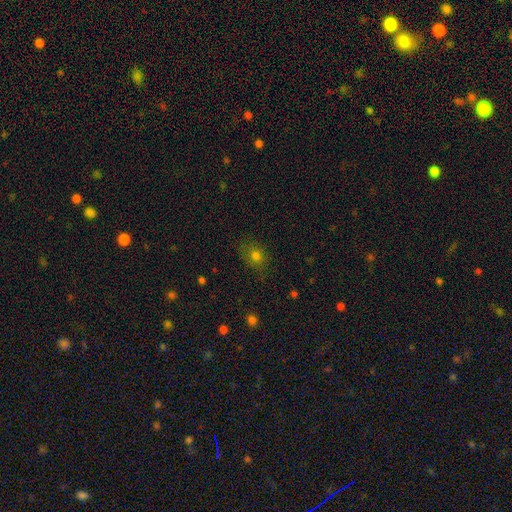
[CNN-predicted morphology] type=smooth (73%); roundness=round (52%); merging=none (76%).